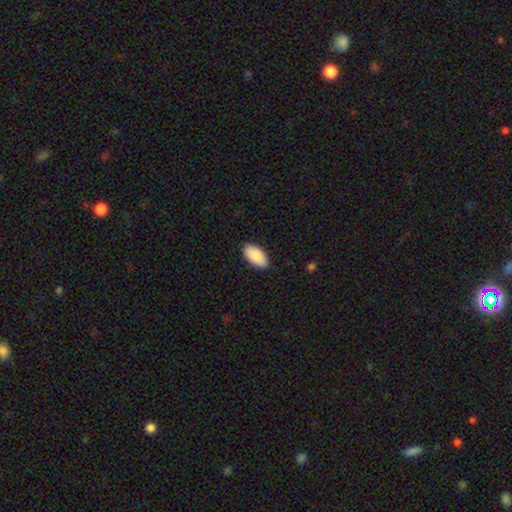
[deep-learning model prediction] Smooth or featured? smooth (88%)
How rounded? in between (96%)
Merging? none (88%)